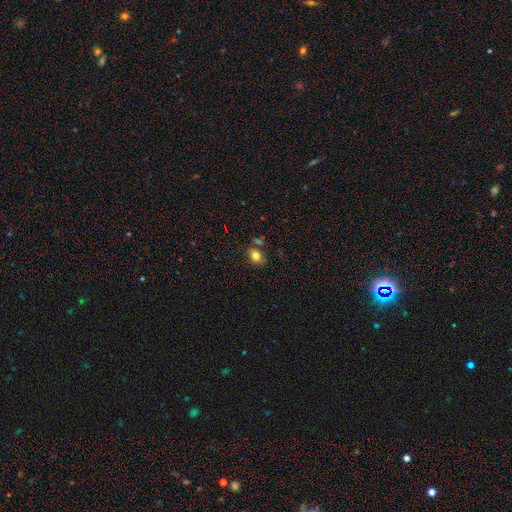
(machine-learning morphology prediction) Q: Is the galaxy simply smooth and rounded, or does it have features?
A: smooth — 78%.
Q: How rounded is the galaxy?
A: in between — 65%.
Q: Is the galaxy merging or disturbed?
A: none — 69%.